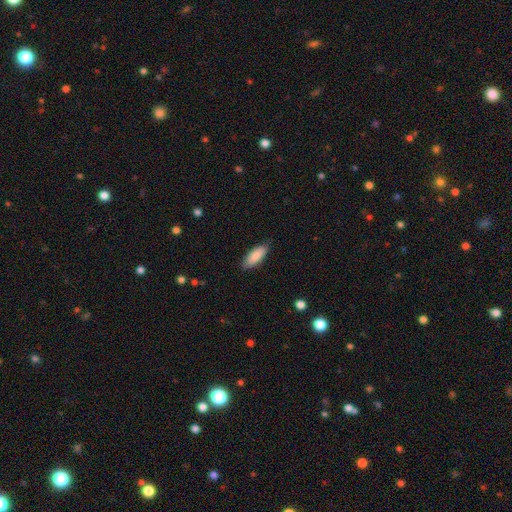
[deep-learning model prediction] The model was most divided on "how rounded": in between: 74%, cigar-shaped: 24%, round: 2%. More confident: smooth or featured — smooth (86%); merging — none (83%).